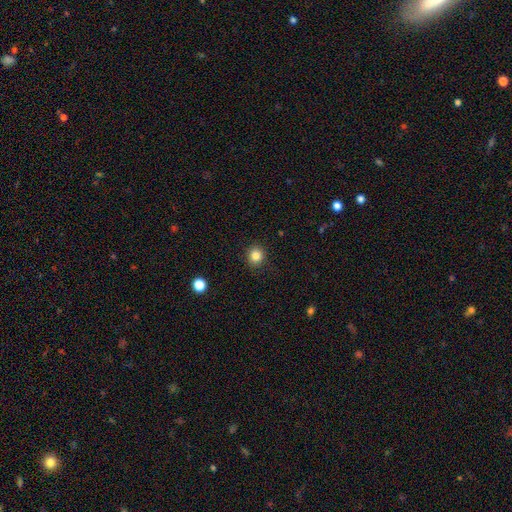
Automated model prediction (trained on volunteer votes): smooth-or-featured: smooth: 84% | star or artifact: 11% | featured or disk: 5%
  how-rounded: round: 86% | in between: 13% | cigar-shaped: 1%
  merging: none: 90% | minor disturbance: 7% | major disturbance: 2% | merger: 1%